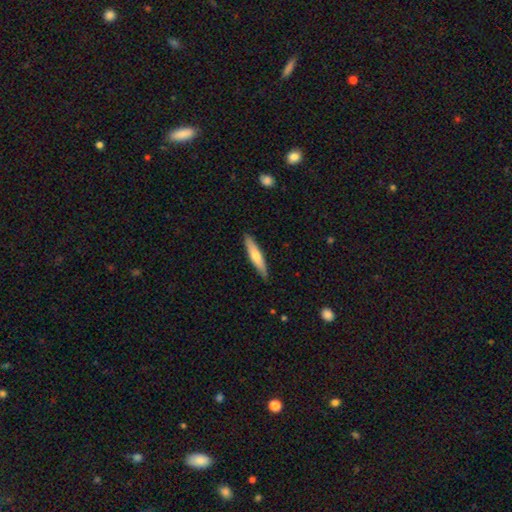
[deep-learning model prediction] This is likely a smooth galaxy (62%). How rounded: clearly cigar-shaped (86%). Merging: clearly none (87%).